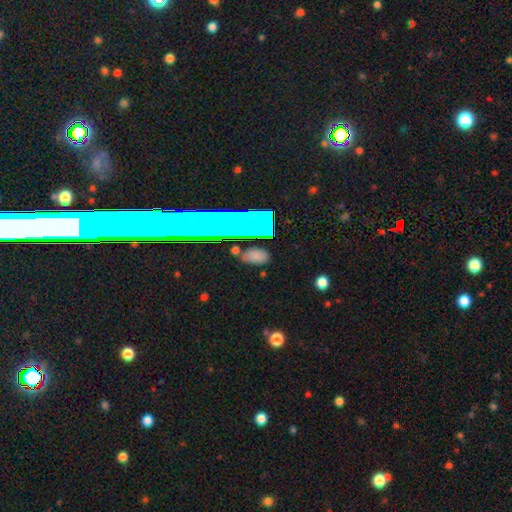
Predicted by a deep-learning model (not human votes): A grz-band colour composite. It shows a smooth galaxy with no disk features (63%) that is in between round and cigar-shaped (79%). Merging: none (74%).